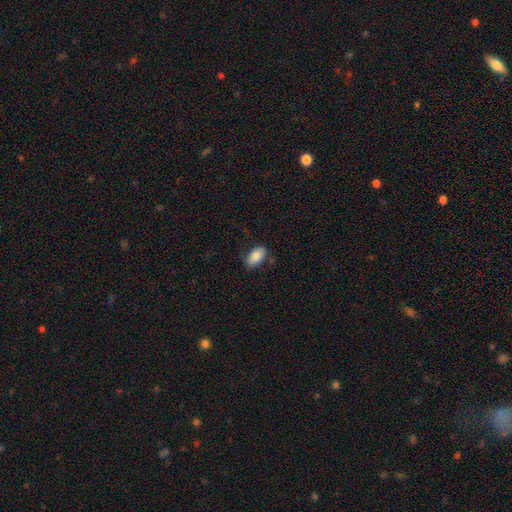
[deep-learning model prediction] smooth_or_featured: smooth (p=0.82) [alt: featured or disk p=0.11]
how_rounded: in between (p=0.93) [alt: round p=0.05]
merging: none (p=0.79) [alt: minor disturbance p=0.16]